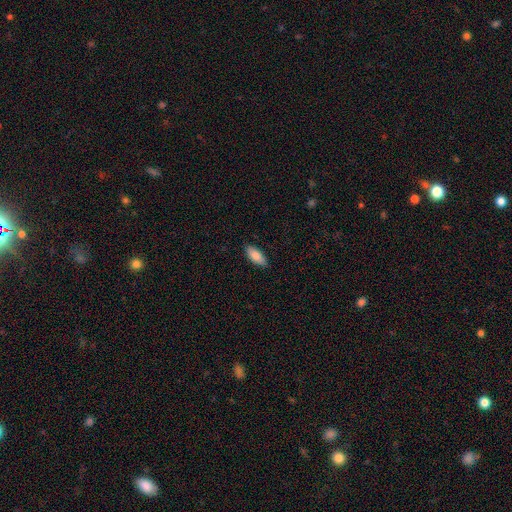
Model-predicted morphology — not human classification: A smooth galaxy with no disk features (86%) that is in between round and cigar-shaped (83%). Merging: none (85%).